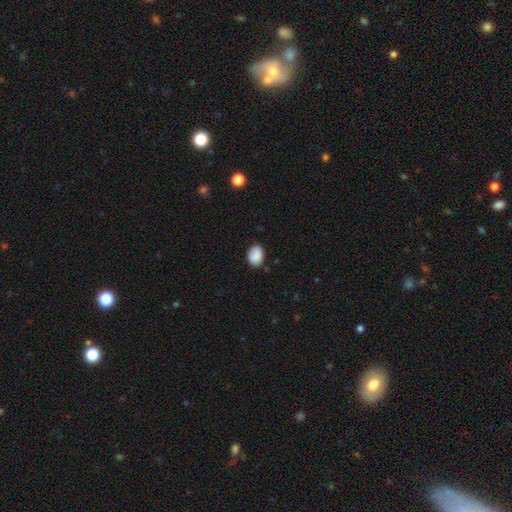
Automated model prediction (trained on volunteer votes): Morphology: type=smooth (87%); roundness=in between (72%); merging=none (75%).